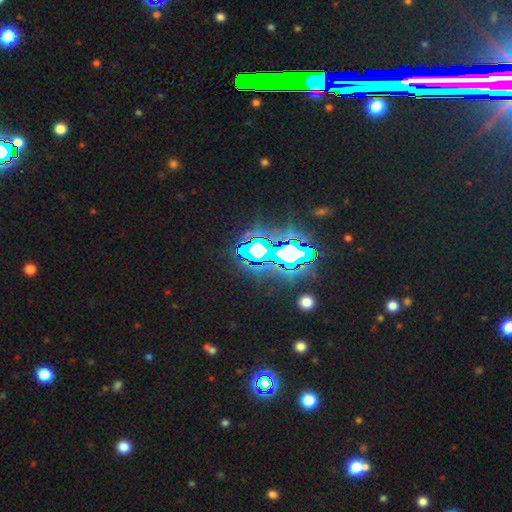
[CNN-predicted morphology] This appears to be a star or artifact, not a galaxy (77%).